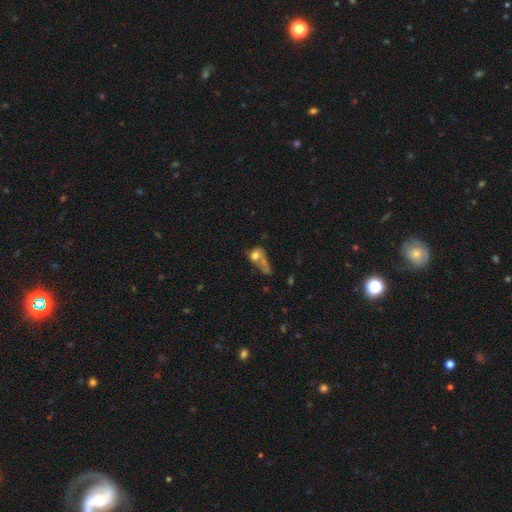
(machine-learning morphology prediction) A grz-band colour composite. It shows a smooth galaxy with no disk features (60%) that is in between round and cigar-shaped (59%). Merging: merger (49%).